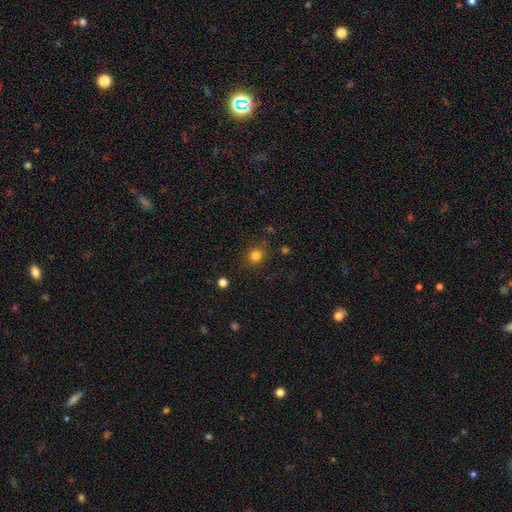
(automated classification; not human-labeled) smooth_or_featured: smooth (p=0.81) [alt: star or artifact p=0.14]
how_rounded: round (p=0.88) [alt: in between p=0.11]
merging: none (p=0.85) [alt: minor disturbance p=0.09]